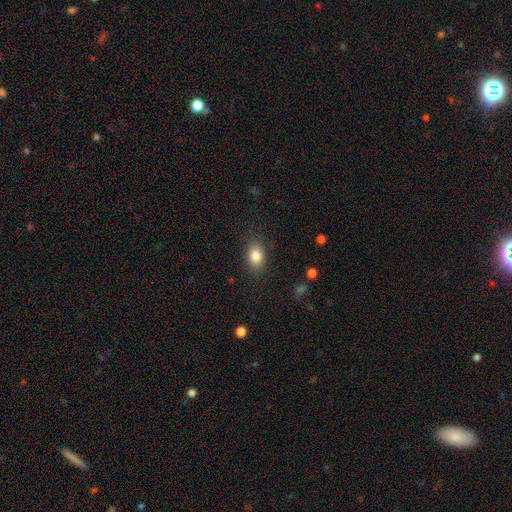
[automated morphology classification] smooth 83%, star or artifact 9%, featured or disk 8%. Down the decision tree: how rounded — in between (80%); merging — none (85%).